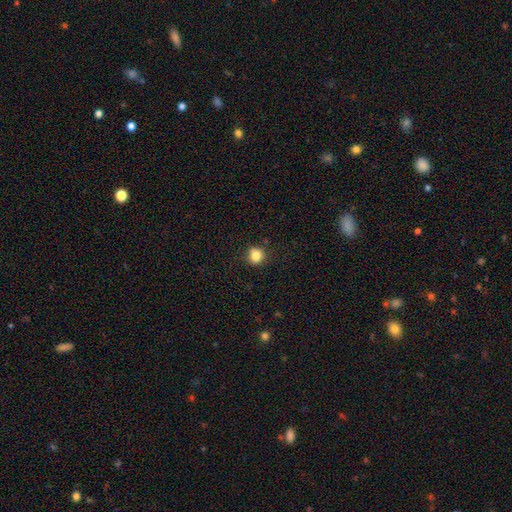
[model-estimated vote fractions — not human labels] This is clearly a smooth galaxy (84%). How rounded: clearly round (86%). Merging: clearly none (86%).